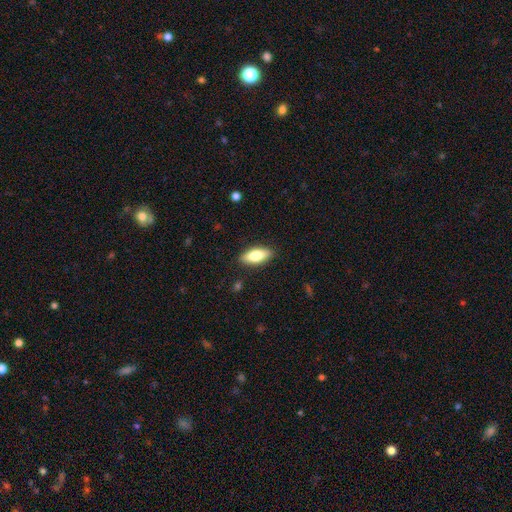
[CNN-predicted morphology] Smooth or featured?
  - smooth: 77% *
  - featured or disk: 17%
  - star or artifact: 6%
How rounded?
  - in between: 82% *
  - cigar-shaped: 16%
  - round: 3%
Merging?
  - none: 88% *
  - minor disturbance: 9%
  - major disturbance: 2%
  - merger: 1%